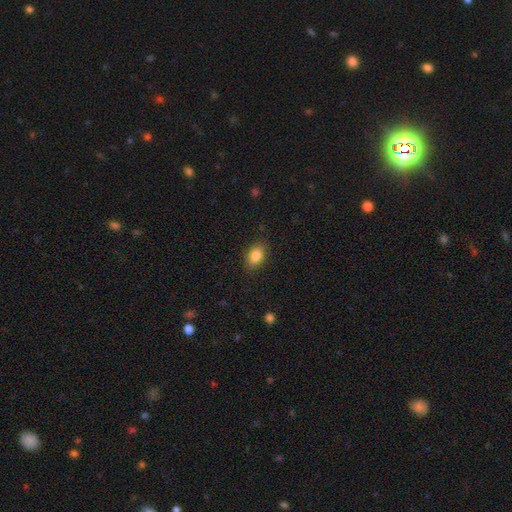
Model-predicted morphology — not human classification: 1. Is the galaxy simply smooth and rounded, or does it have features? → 85% smooth, 8% star or artifact, 7% featured or disk.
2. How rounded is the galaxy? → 83% in between, 15% round, 2% cigar-shaped.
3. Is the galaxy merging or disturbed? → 85% none, 11% minor disturbance, 3% major disturbance, 1% merger.